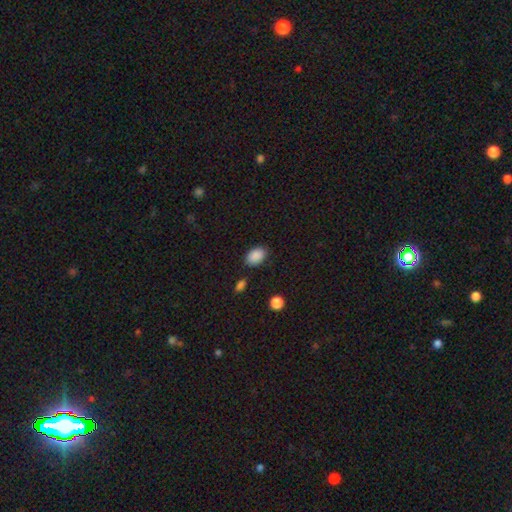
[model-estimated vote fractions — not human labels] Smooth or featured? Predicted: smooth (p=0.89). How rounded? Predicted: in between (p=0.86). Merging? Predicted: none (p=0.83).